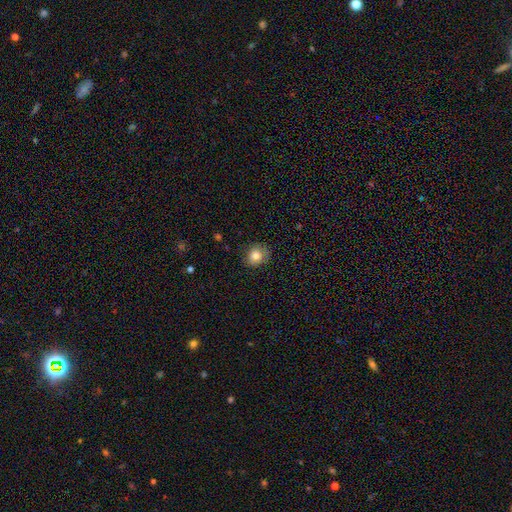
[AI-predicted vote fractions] A smooth galaxy with no disk features (83%) that is round (72%). Merging: none (76%).